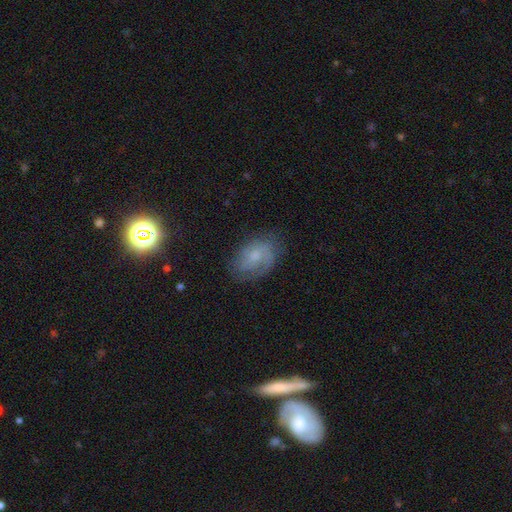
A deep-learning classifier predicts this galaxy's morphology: Overall: featured or disk (50%; smooth 38%). Edge-on disk: no (96%). Merging: none (67%).